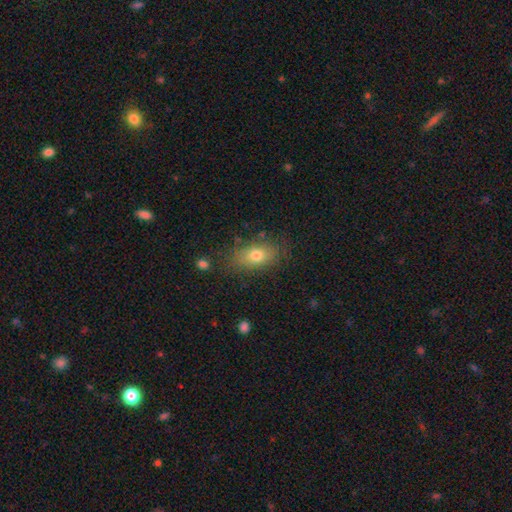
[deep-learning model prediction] Smooth or featured? smooth (70%)
How rounded? in between (79%)
Merging? none (82%)